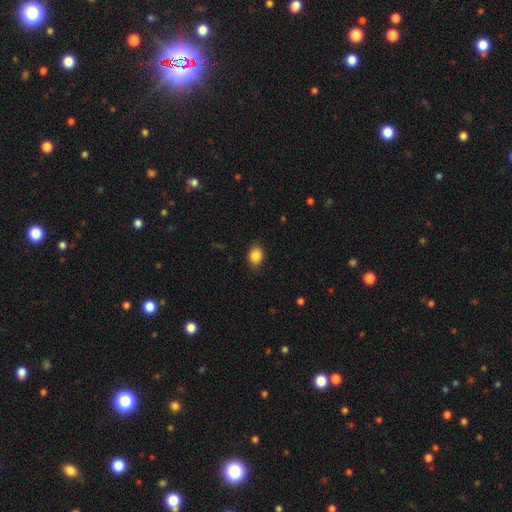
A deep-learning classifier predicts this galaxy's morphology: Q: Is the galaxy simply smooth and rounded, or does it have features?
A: smooth — 86%.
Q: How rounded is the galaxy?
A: in between — 51%.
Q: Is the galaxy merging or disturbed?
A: none — 84%.